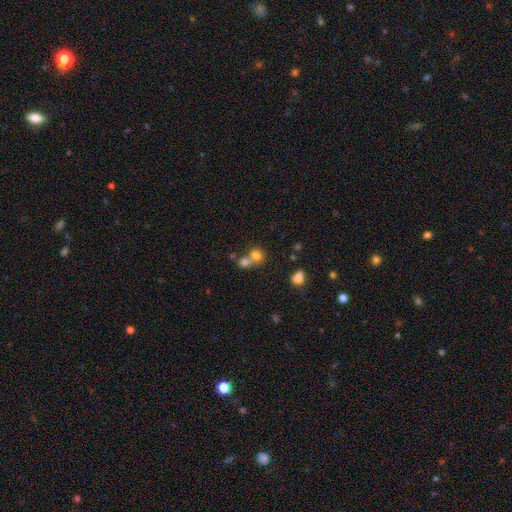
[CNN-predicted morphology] Smooth or featured: smooth — 75% (featured or disk — 13%)
How rounded: round — 72% (in between — 27%)
Merging: merger — 58% (none — 32%)